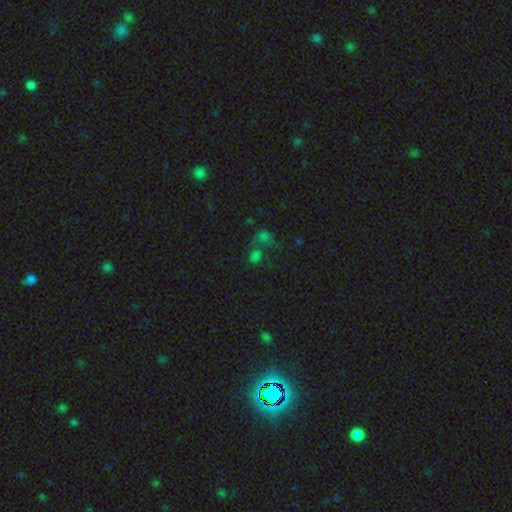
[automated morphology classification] Overall: smooth (52%; star or artifact 39%). How rounded: round (66%; in between 32%). Merging: merger (41%; none 39%).